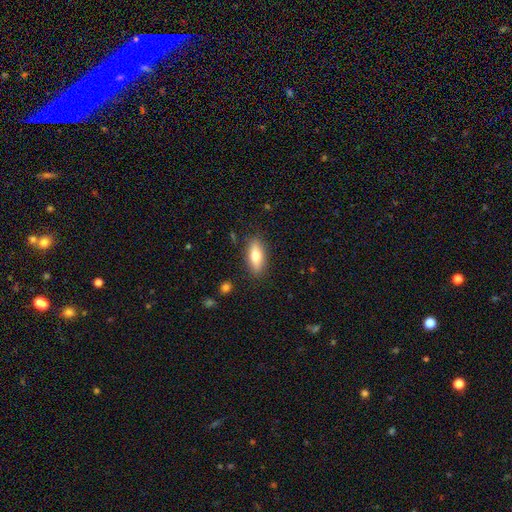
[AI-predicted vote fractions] Smooth or featured: smooth — 70% (featured or disk — 24%)
How rounded: in between — 68% (cigar-shaped — 29%)
Merging: none — 86% (minor disturbance — 10%)